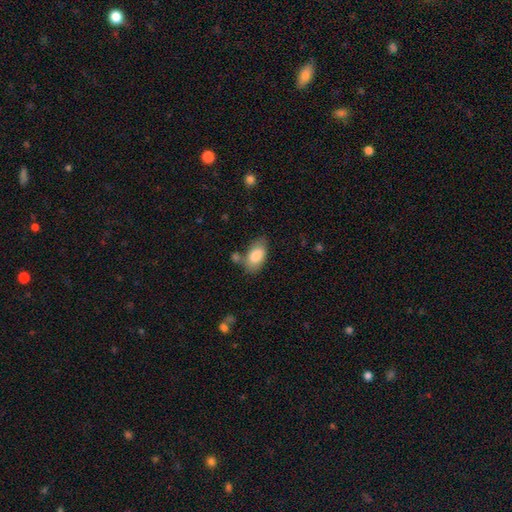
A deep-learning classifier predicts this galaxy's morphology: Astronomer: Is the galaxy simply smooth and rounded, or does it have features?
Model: smooth — 84%.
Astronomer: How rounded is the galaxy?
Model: in between — 93%.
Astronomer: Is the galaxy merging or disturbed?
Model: none — 65%.